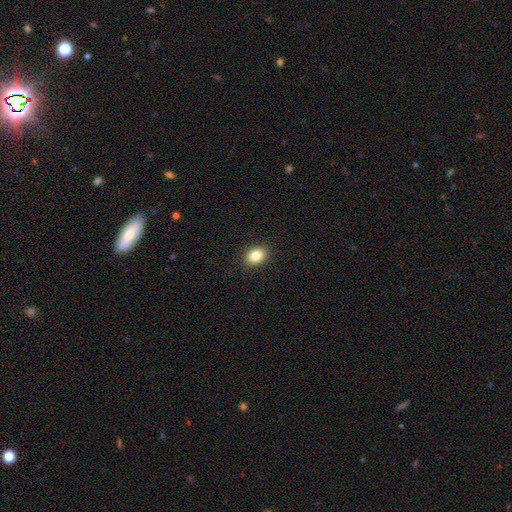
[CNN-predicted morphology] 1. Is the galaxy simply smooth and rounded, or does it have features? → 85% smooth, 9% star or artifact, 6% featured or disk.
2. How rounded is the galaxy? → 75% in between, 24% round, 1% cigar-shaped.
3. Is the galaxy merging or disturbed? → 89% none, 8% minor disturbance, 2% major disturbance, 1% merger.